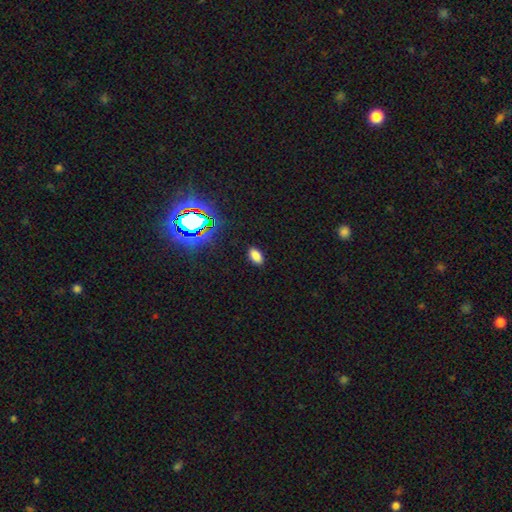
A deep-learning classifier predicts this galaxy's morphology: smooth 78%, star or artifact 17%, featured or disk 5%. Down the decision tree: how rounded — in between (92%); merging — none (88%).